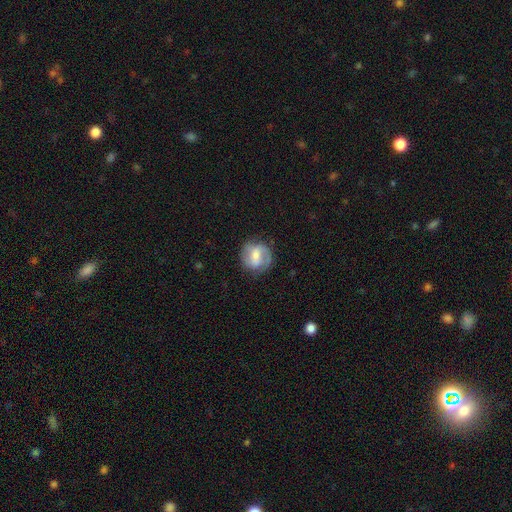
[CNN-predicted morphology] A featured or disk galaxy (70%) with a weak bar (47%), 2 (82%) medium (47%) spiral arms (90%) and a moderate central bulge (47%).

Vote fractions:
- Smooth or featured? featured or disk: 70% / smooth: 24% / star or artifact: 6%
- Edge-on disk? no: 97% / yes: 3%
- Bar? weak: 47% / strong: 32% / no: 21%
- Spiral arms? yes: 90% / no: 10%
- Spiral winding? medium: 47% / tight: 35% / loose: 18%
- Spiral arm count? 2: 82% / can't tell: 8% / 1: 5% / 3: 2% / 4: 1% / more than 4: 1%
- Bulge size? moderate: 47% / small: 38% / large: 8% / none: 6% / dominant: 1%
- Merging? none: 78% / minor disturbance: 15% / major disturbance: 6% / merger: 1%